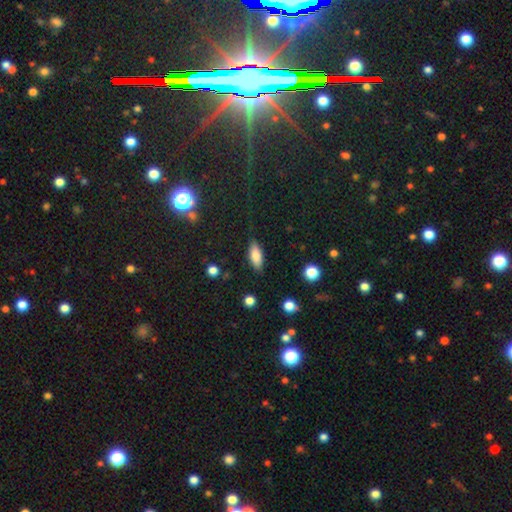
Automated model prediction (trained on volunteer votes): The model was most divided on "how rounded": in between: 77%, cigar-shaped: 20%, round: 3%. More confident: merging — none (82%); smooth or featured — smooth (81%).